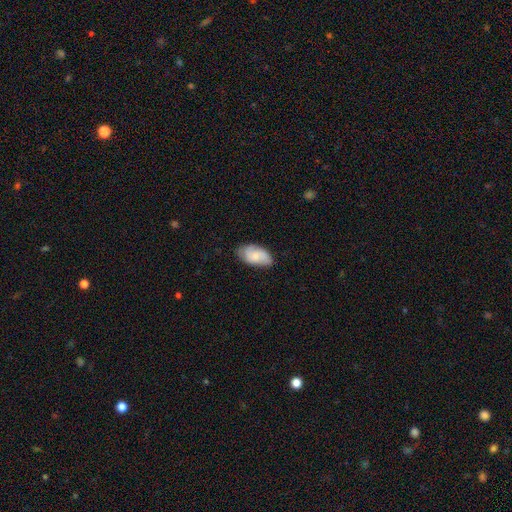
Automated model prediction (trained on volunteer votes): A smooth galaxy with no disk features (59%) that is in between round and cigar-shaped (93%). Merging: none (64%).